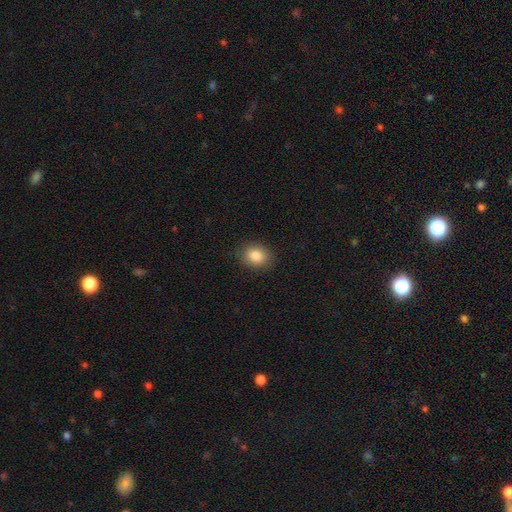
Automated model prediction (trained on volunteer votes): smooth_or_featured: smooth (p=0.86) [alt: star or artifact p=0.09]
how_rounded: in between (p=0.53) [alt: round p=0.46]
merging: none (p=0.87) [alt: minor disturbance p=0.10]